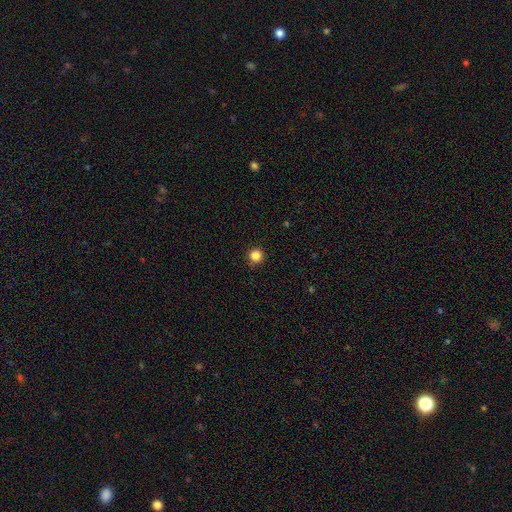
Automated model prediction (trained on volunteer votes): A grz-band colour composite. It shows a smooth galaxy with no disk features (85%) that is round (95%). Merging: none (91%).